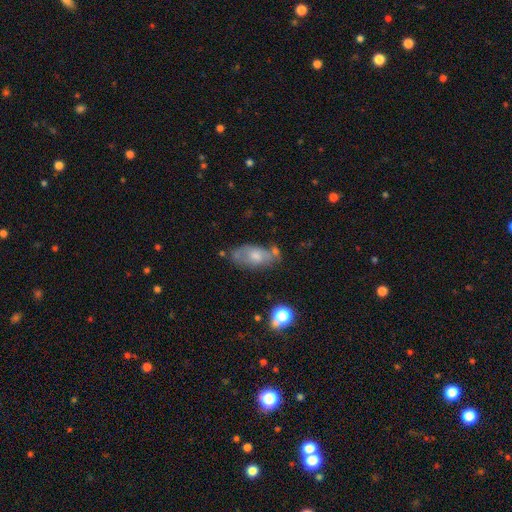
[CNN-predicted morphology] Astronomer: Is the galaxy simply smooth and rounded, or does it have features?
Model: smooth — 55% (runner-up: featured or disk, 36%).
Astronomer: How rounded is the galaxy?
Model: in between — 90%.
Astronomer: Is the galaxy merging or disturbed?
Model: none — 47% (runner-up: minor disturbance, 27%).